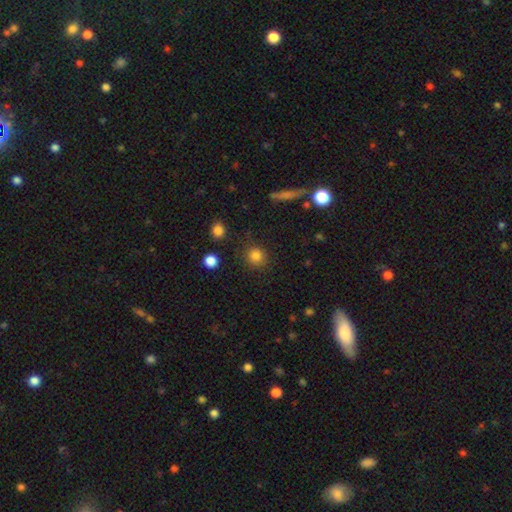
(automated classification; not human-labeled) Overall: smooth (83%). How rounded: round (91%). Merging: none (86%).